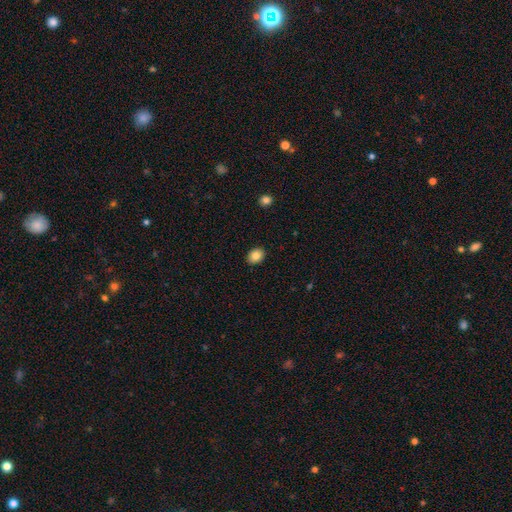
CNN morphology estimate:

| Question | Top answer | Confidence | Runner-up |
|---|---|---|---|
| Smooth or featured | smooth | 86% | star or artifact (9%) |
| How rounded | in between | 61% | round (38%) |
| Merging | none | 90% | minor disturbance (7%) |